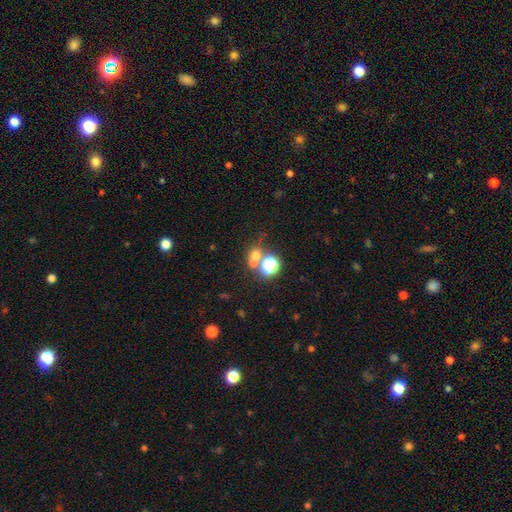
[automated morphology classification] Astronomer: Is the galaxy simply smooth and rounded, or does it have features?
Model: smooth — 56% (runner-up: star or artifact, 31%).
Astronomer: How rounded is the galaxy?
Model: round — 78%.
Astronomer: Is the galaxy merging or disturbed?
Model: none — 51% (runner-up: merger, 36%).